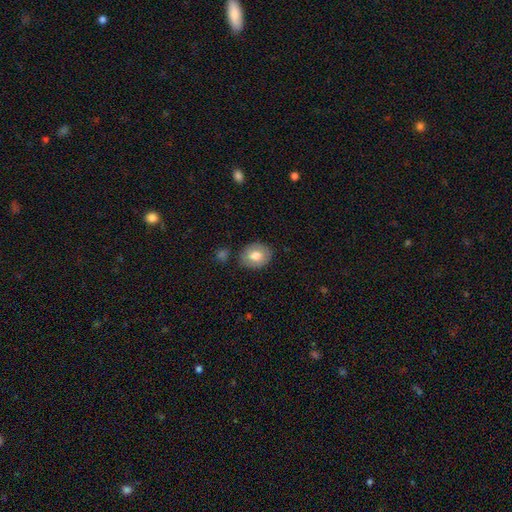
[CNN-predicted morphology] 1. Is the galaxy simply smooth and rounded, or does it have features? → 77% smooth, 16% featured or disk, 8% star or artifact.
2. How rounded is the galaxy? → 54% round, 45% in between, 1% cigar-shaped.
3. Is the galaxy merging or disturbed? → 81% none, 13% minor disturbance, 4% merger, 3% major disturbance.